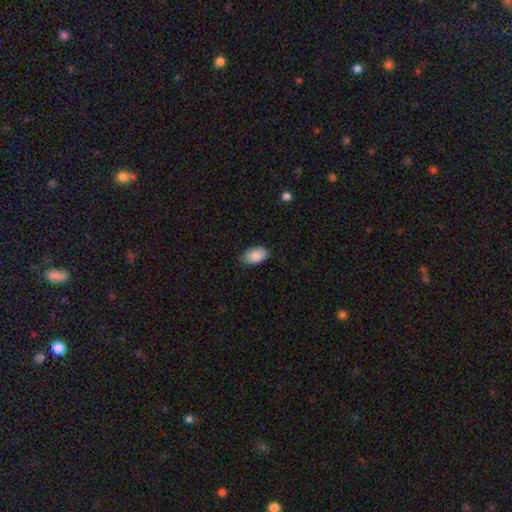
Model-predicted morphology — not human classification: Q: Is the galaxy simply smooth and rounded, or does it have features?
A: smooth — 88%.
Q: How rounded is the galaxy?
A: in between — 93%.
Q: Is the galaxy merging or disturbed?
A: none — 79%.